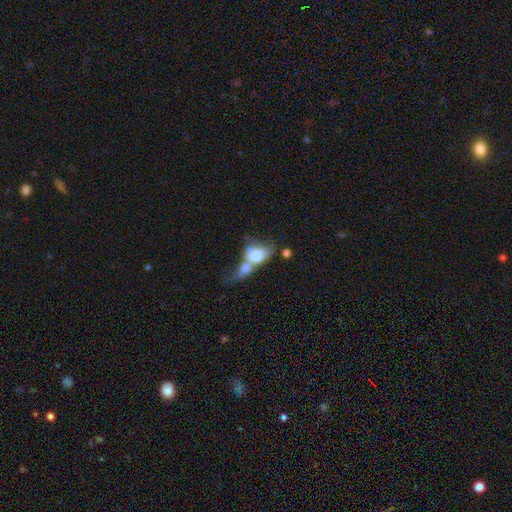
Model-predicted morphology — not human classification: A smooth galaxy with no disk features (65%) that is in between round and cigar-shaped (74%).

Vote fractions:
- Smooth or featured? smooth: 65% / featured or disk: 27% / star or artifact: 8%
- How rounded? in between: 74% / round: 22% / cigar-shaped: 4%
- Merging? merger: 74% / major disturbance: 11% / none: 8% / minor disturbance: 6%